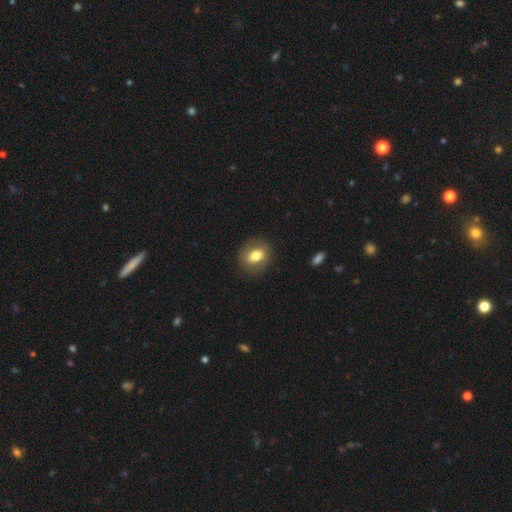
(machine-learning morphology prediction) Smooth or featured? Predicted: smooth (p=0.72). How rounded? Predicted: in between (p=0.56). Merging? Predicted: none (p=0.85).